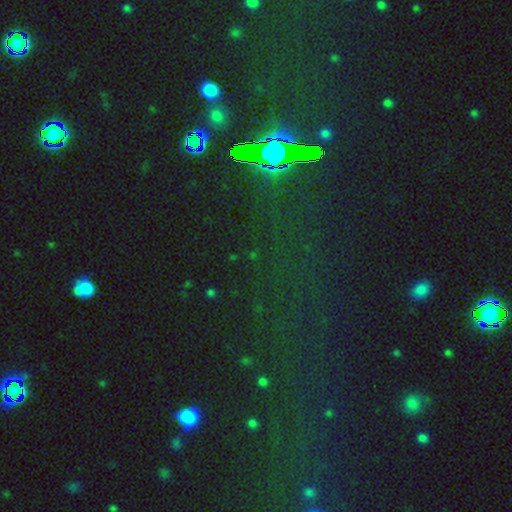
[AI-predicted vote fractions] The model was most divided on "smooth or featured": star or artifact: 79%, smooth: 12%, featured or disk: 9%.